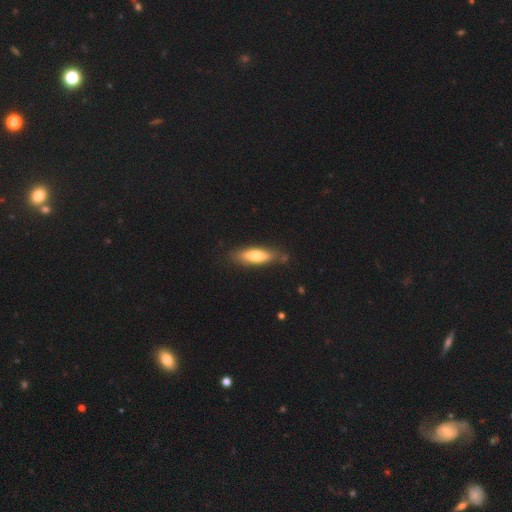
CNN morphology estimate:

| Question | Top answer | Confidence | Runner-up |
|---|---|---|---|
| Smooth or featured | smooth | 66% | featured or disk (29%) |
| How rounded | cigar-shaped | 54% | in between (44%) |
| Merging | none | 78% | minor disturbance (16%) |